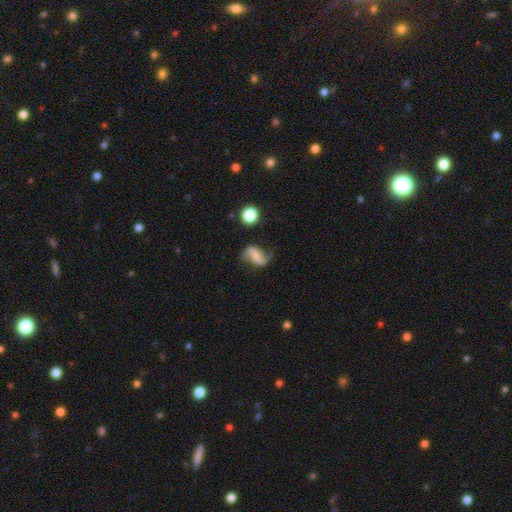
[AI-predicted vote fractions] A featured or disk galaxy (71%) with no bar (36%), 2 (90%) loose (79%) spiral arms (92%) and a small central bulge (40%). Merging: none (63%).